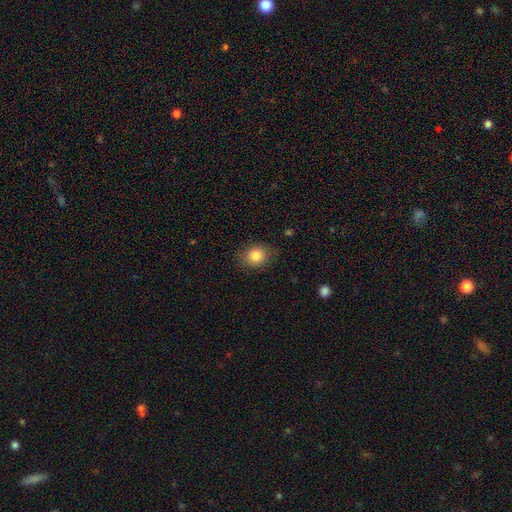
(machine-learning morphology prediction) smooth-or-featured: smooth: 84% | star or artifact: 9% | featured or disk: 7%
  how-rounded: round: 61% | in between: 38% | cigar-shaped: 1%
  merging: none: 84% | minor disturbance: 12% | major disturbance: 3% | merger: 1%